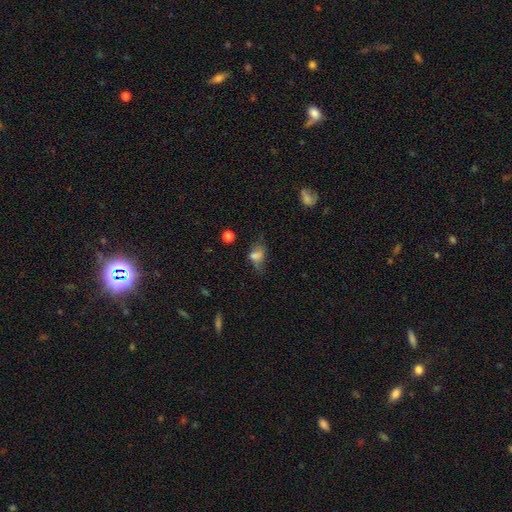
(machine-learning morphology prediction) Smooth or featured: smooth — 64% (featured or disk — 22%)
How rounded: in between — 77% (round — 20%)
Merging: none — 37% (minor disturbance — 29%)